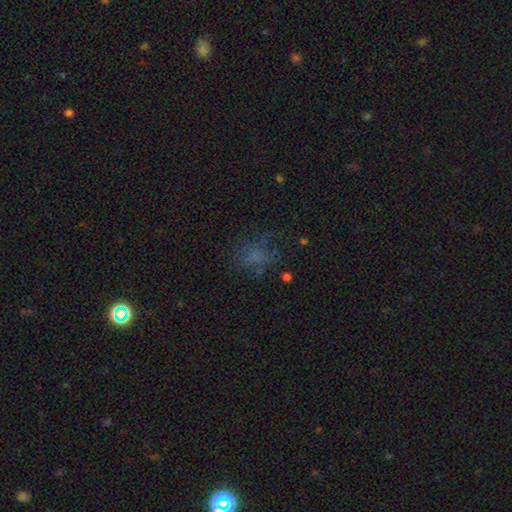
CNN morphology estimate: Smooth or featured? smooth (46%)
Merging? none (51%)